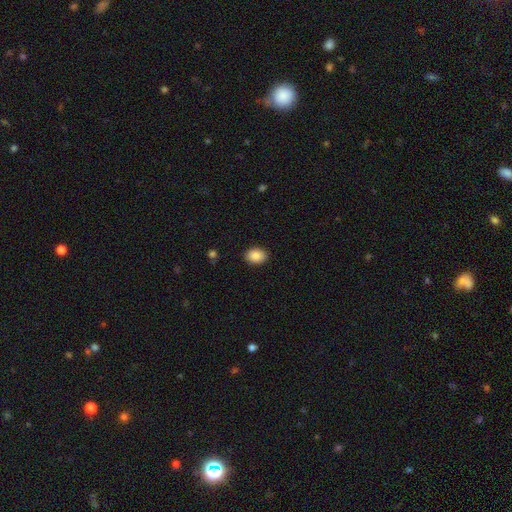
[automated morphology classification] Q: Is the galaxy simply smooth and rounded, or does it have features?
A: smooth — 89%.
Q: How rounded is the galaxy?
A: in between — 72%.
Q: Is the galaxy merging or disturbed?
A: none — 89%.